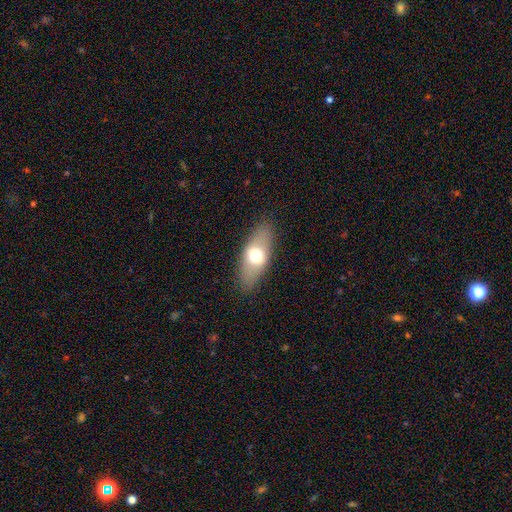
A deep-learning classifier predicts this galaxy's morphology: Overall: smooth (62%; featured or disk 30%). How rounded: in between (77%). Merging: none (85%).